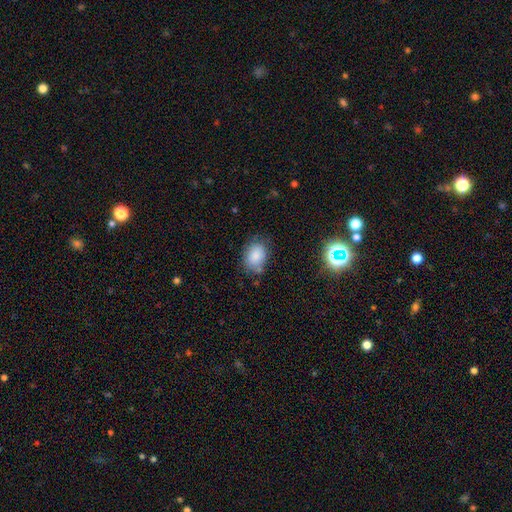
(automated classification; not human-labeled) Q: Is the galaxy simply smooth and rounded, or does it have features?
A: smooth — 84%.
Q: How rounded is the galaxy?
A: in between — 73%.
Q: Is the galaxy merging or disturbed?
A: none — 70%.